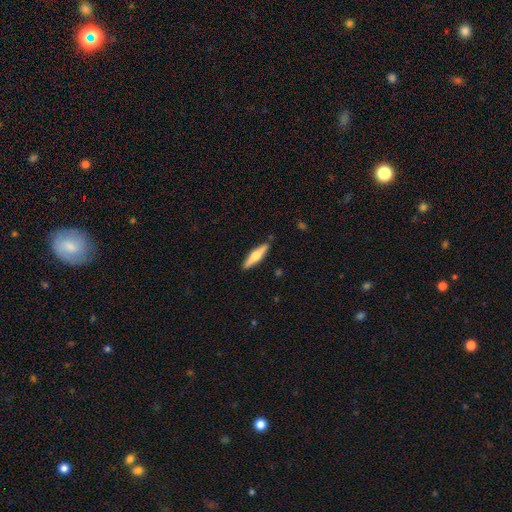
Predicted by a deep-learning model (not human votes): Smooth or featured? Predicted: featured or disk (p=0.50). Merging? Predicted: none (p=0.88).